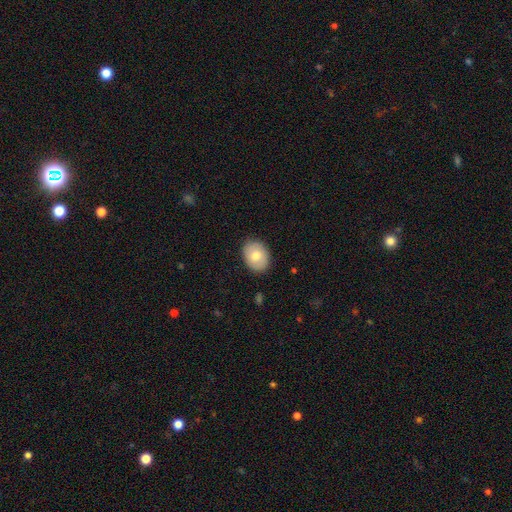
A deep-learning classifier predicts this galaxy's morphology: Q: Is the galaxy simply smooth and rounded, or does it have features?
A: smooth — 74%.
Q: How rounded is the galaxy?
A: in between — 62%.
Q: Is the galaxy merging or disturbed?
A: none — 87%.